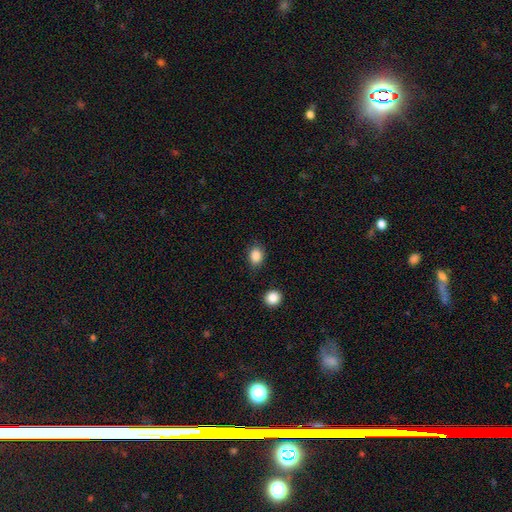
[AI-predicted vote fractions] Smooth or featured? Predicted: smooth (p=0.87). How rounded? Predicted: in between (p=0.59). Merging? Predicted: none (p=0.79).